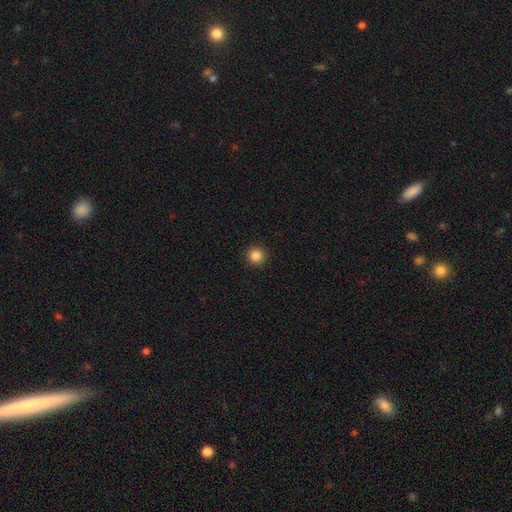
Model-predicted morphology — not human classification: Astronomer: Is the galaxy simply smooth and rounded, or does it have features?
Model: smooth — 86%.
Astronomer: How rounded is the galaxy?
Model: round — 96%.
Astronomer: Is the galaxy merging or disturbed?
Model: none — 93%.